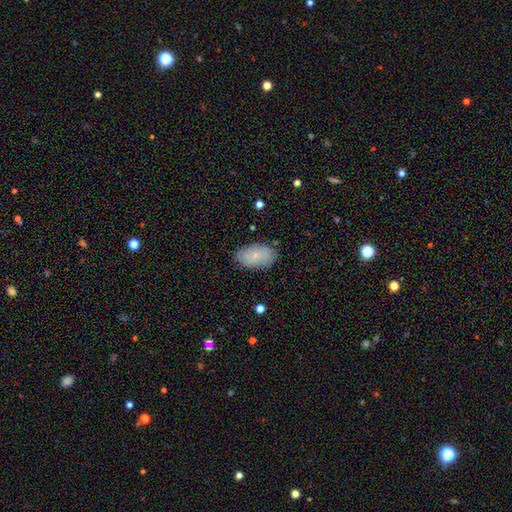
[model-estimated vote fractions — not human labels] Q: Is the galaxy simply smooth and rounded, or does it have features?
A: smooth — 72%.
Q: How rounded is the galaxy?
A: in between — 94%.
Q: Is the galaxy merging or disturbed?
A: none — 81%.